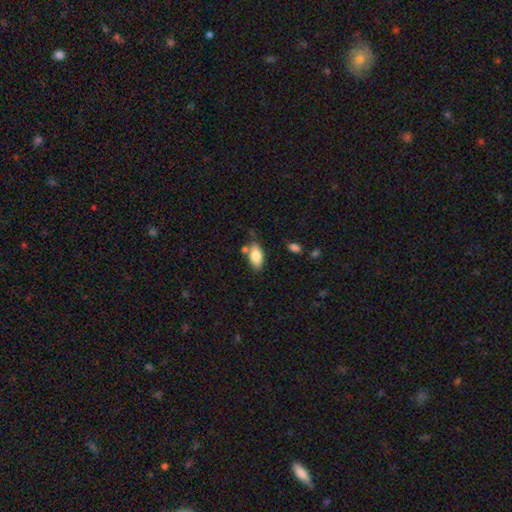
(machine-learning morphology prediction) This is clearly a smooth galaxy (82%). How rounded: clearly in between (91%). Merging: likely none (70%).